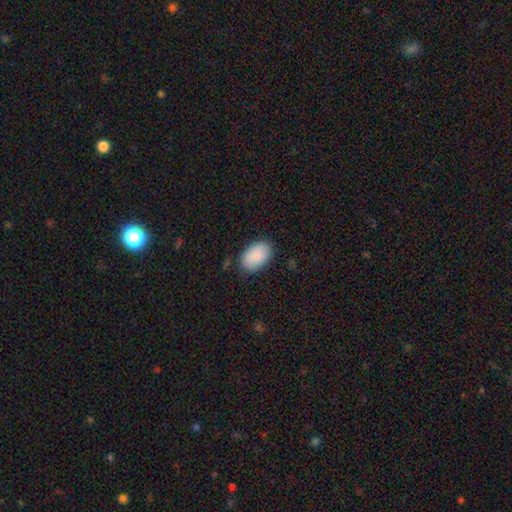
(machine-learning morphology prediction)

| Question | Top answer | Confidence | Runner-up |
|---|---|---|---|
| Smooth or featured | smooth | 88% | star or artifact (6%) |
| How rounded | in between | 93% | round (6%) |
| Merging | none | 83% | minor disturbance (13%) |